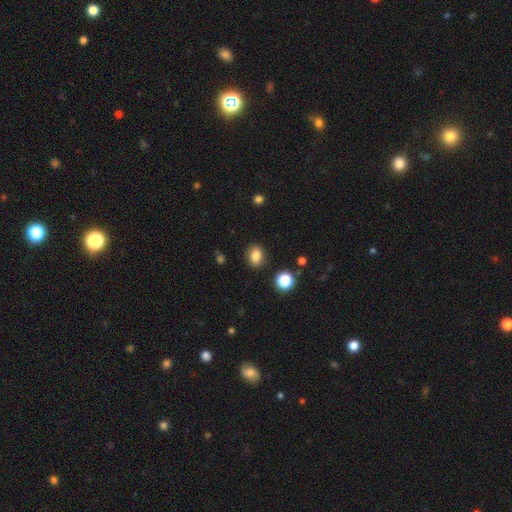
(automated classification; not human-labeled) Smooth or featured? Predicted: smooth (p=0.85). How rounded? Predicted: in between (p=0.60). Merging? Predicted: none (p=0.86).